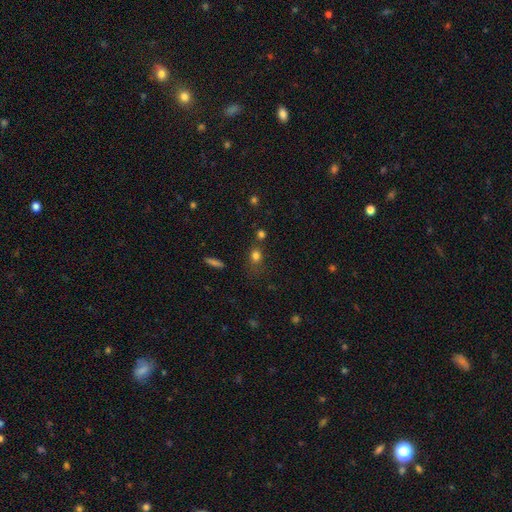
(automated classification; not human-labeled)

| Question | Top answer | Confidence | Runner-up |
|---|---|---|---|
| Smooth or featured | smooth | 78% | star or artifact (15%) |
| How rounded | round | 60% | in between (37%) |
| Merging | none | 64% | minor disturbance (17%) |